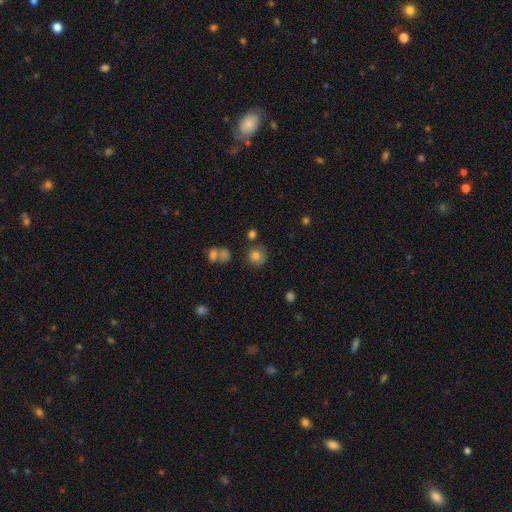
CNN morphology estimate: This appears to be a smooth galaxy with no disk features (79%) that is round (87%). Merging: none (72%).